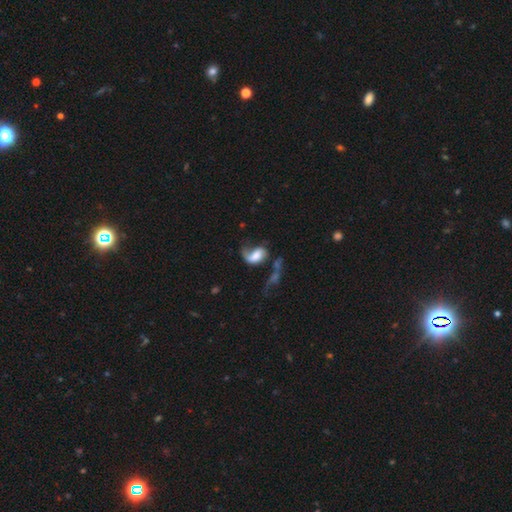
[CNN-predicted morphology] A featured or disk galaxy (55%) with no bar (53%), spiral arms (81%) and a large central bulge (33%).

Vote fractions:
- Smooth or featured? featured or disk: 55% / smooth: 36% / star or artifact: 9%
- Edge-on disk? no: 97% / yes: 3%
- Bar? no: 53% / weak: 32% / strong: 14%
- Spiral arms? yes: 81% / no: 19%
- Bulge size? large: 33% / moderate: 22% / none: 21% / small: 14% / dominant: 10%
- Merging? major disturbance: 37% / none: 28% / minor disturbance: 18% / merger: 16%